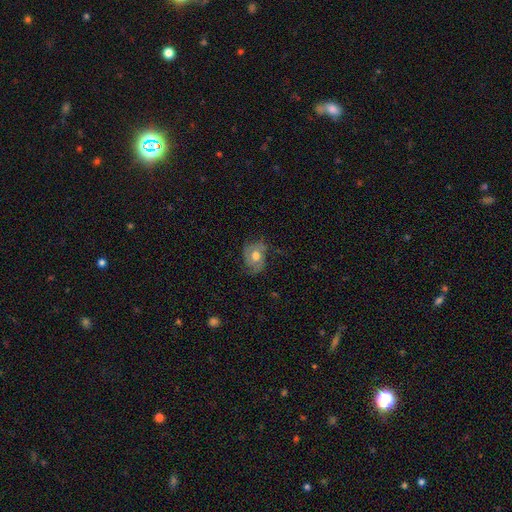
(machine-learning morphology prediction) This appears to be a featured or disk galaxy (49%). Merging: none (59%).